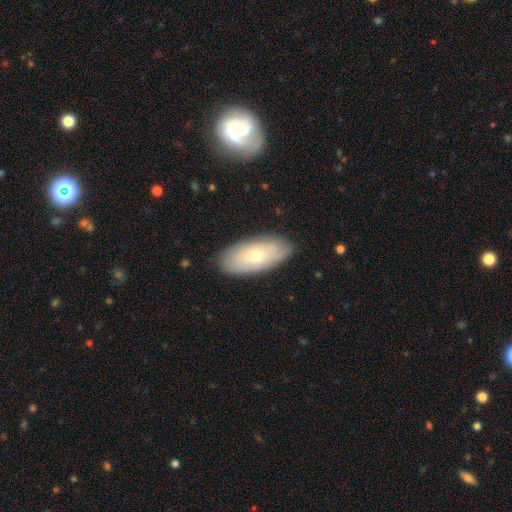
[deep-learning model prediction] Overall: smooth (57%; featured or disk 37%). How rounded: in between (91%). Merging: none (84%).